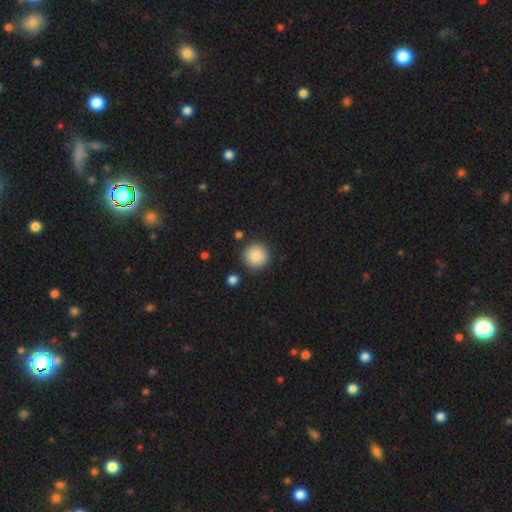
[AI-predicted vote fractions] The model was most divided on "smooth or featured": smooth: 87%, star or artifact: 8%, featured or disk: 5%. More confident: how rounded — round (95%); merging — none (89%).